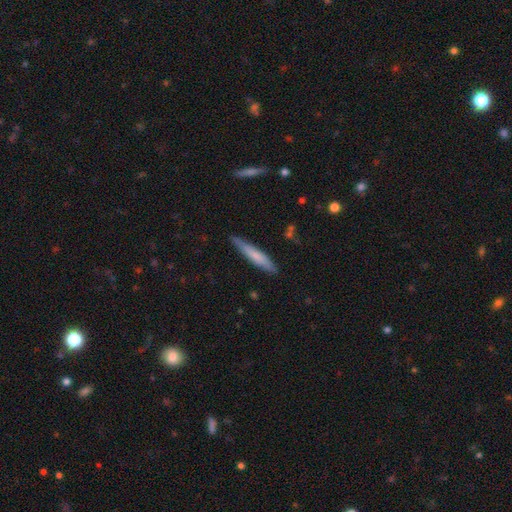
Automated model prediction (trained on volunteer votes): The model was most divided on "smooth or featured": smooth: 67%, featured or disk: 28%, star or artifact: 6%. More confident: how rounded — cigar-shaped (93%); merging — none (83%).